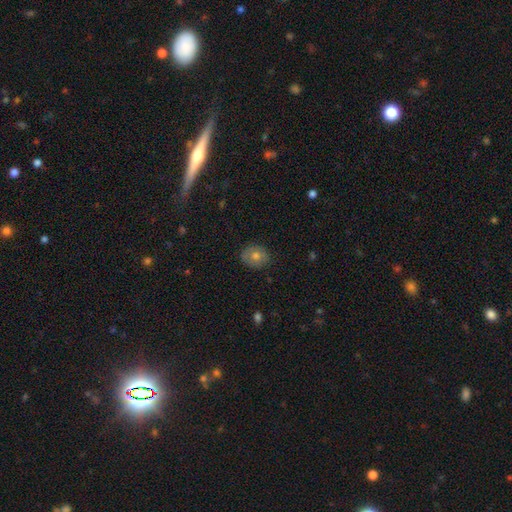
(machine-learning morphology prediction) type=smooth (65%); roundness=round (62%); merging=none (83%).